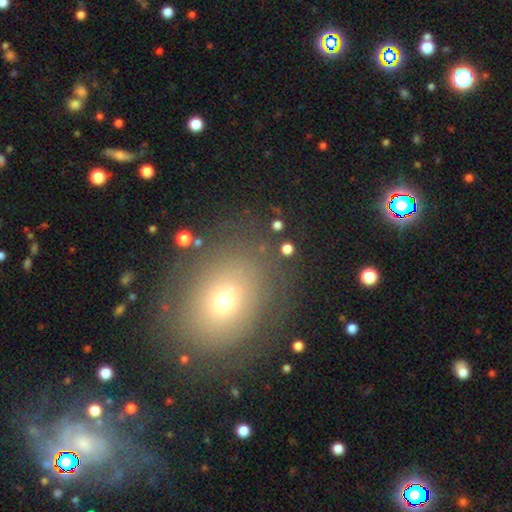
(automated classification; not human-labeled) Smooth or featured? smooth (52%)
How rounded? in between (51%)
Merging? none (84%)